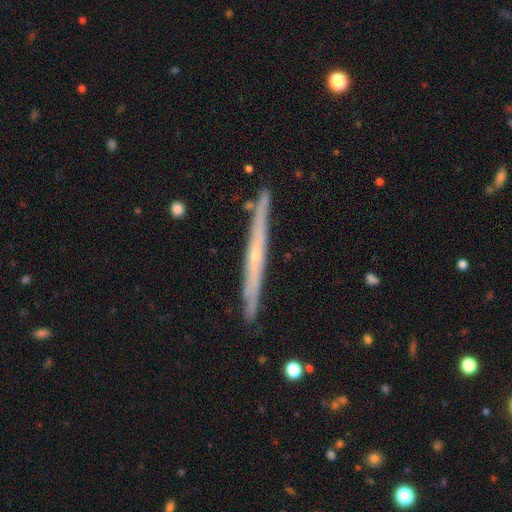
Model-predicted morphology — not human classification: smooth_or_featured: featured or disk (p=0.72) [alt: smooth p=0.22]
disk_edge_on: yes (p=0.96) [alt: no p=0.04]
edge_on_bulge: none (p=0.53) [alt: rounded p=0.44]
merging: none (p=0.88) [alt: minor disturbance p=0.09]